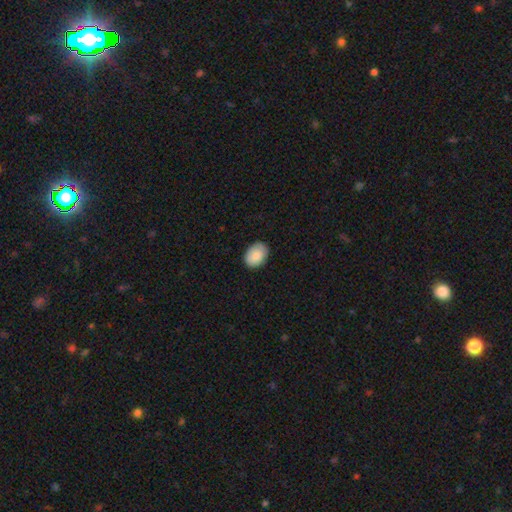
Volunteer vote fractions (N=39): smooth 92%, featured or disk 8%, star or artifact 0%. Down the decision tree: how rounded — in between (72%); merging — none (82%).